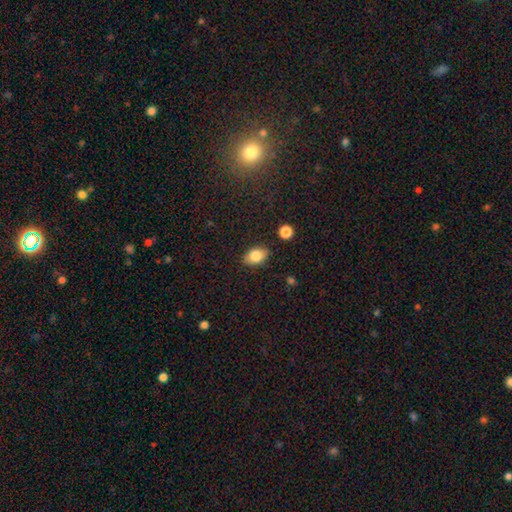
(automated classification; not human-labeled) Morphology: type=smooth (81%); roundness=in between (86%); merging=none (85%).